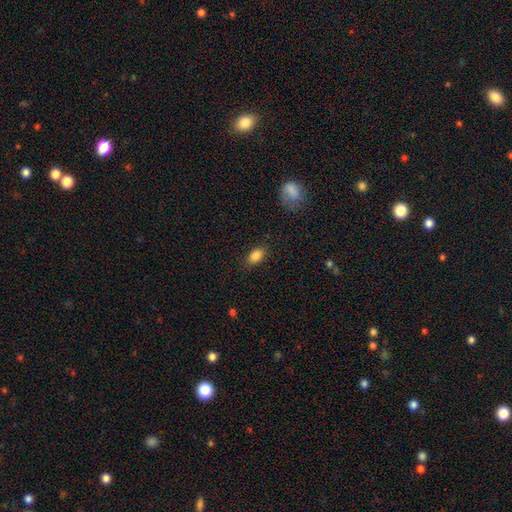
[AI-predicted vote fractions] Smooth or featured? Predicted: smooth (p=0.86). How rounded? Predicted: in between (p=0.87). Merging? Predicted: none (p=0.84).